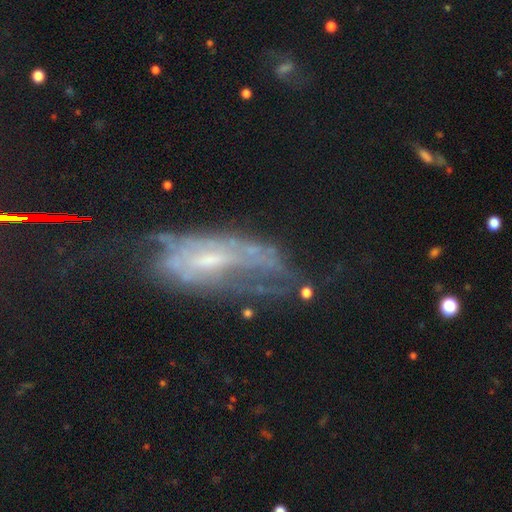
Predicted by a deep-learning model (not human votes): Morphology: type=featured or disk (69%); edge-on=no (83%); bar=no (46%); spiral arms=yes (66%); bulge=small (56%); merging=none (48%).